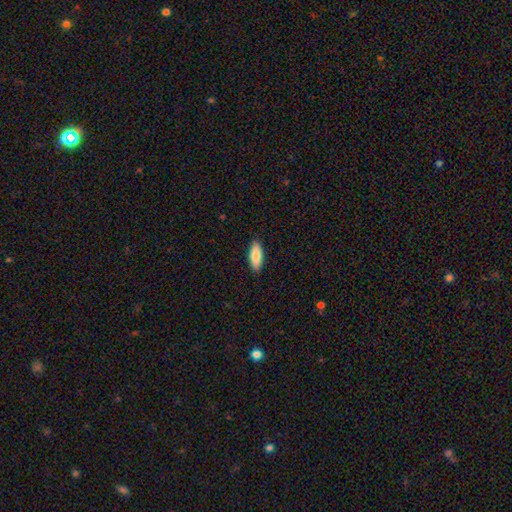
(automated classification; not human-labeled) A smooth galaxy with no disk features (86%) that is in between round and cigar-shaped (75%). Merging: none (90%).